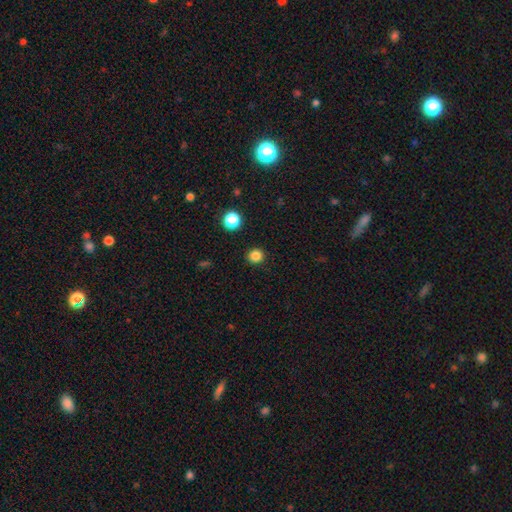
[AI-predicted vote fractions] The model was most divided on "smooth or featured": smooth: 84%, star or artifact: 13%, featured or disk: 3%. More confident: merging — none (92%); how rounded — round (91%).